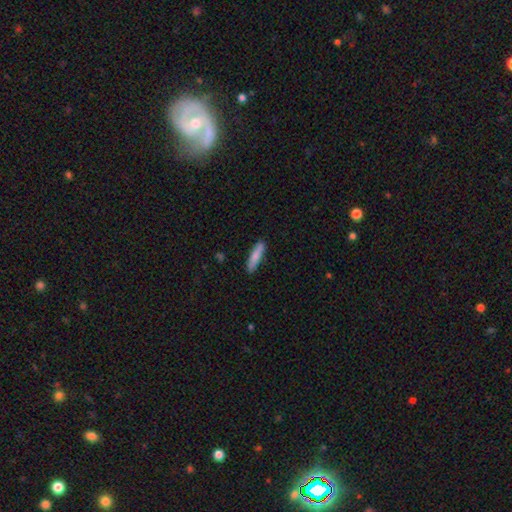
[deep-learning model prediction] Smooth or featured?
  - smooth: 82% *
  - featured or disk: 13%
  - star or artifact: 6%
How rounded?
  - cigar-shaped: 83% *
  - in between: 16%
  - round: 1%
Merging?
  - none: 86% *
  - minor disturbance: 10%
  - major disturbance: 2%
  - merger: 1%